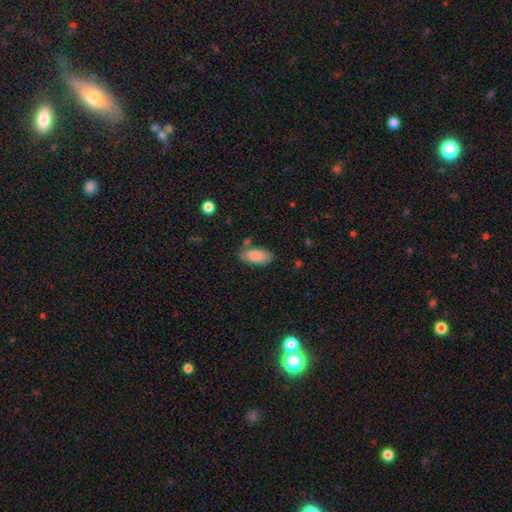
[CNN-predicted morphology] Overall: smooth (86%). How rounded: in between (90%). Merging: none (70%).